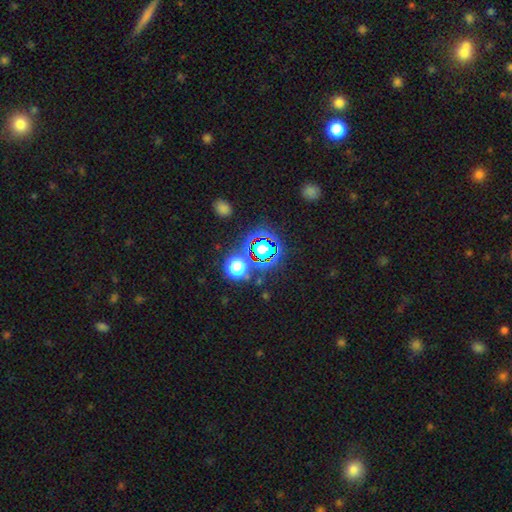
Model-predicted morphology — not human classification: Smooth or featured? Predicted: star or artifact (p=0.72).